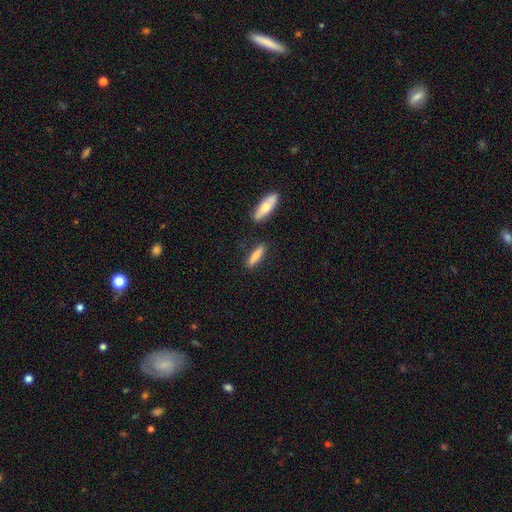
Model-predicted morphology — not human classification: Smooth or featured?
  - smooth: 76% *
  - featured or disk: 18%
  - star or artifact: 6%
How rounded?
  - cigar-shaped: 70% *
  - in between: 28%
  - round: 2%
Merging?
  - none: 81% *
  - minor disturbance: 11%
  - merger: 6%
  - major disturbance: 3%